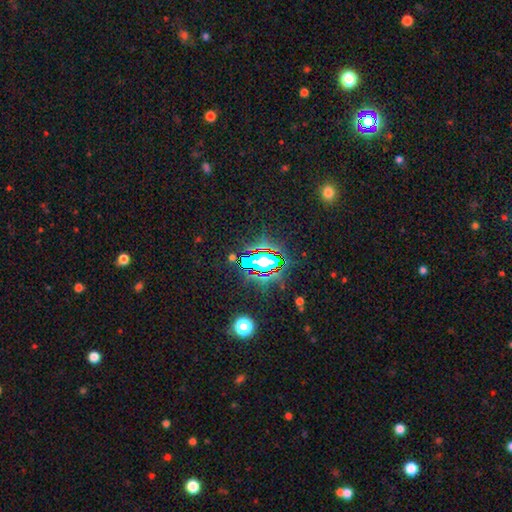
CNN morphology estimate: Smooth or featured? Predicted: star or artifact (p=0.75).